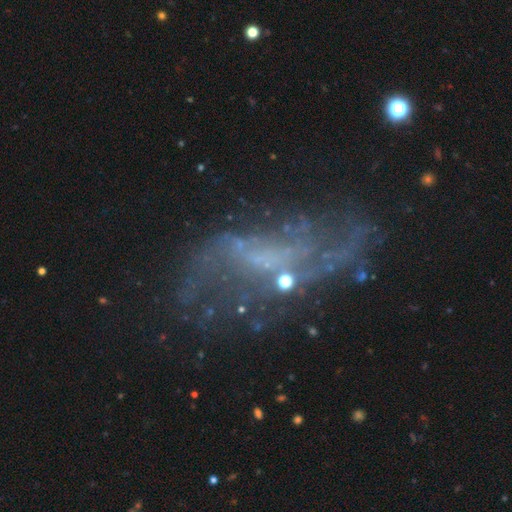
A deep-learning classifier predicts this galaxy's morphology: Smooth or featured? Predicted: featured or disk (p=0.69). Edge-on disk? Predicted: no (p=0.93). Bar? Predicted: no (p=0.65). Spiral arms? Predicted: yes (p=0.51). Bulge size? Predicted: none (p=0.54). Merging? Predicted: none (p=0.39).